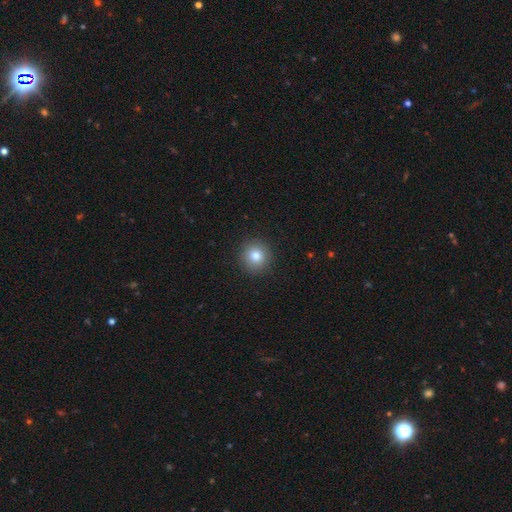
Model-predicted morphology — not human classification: Overall: smooth (81%). How rounded: round (93%). Merging: none (92%).